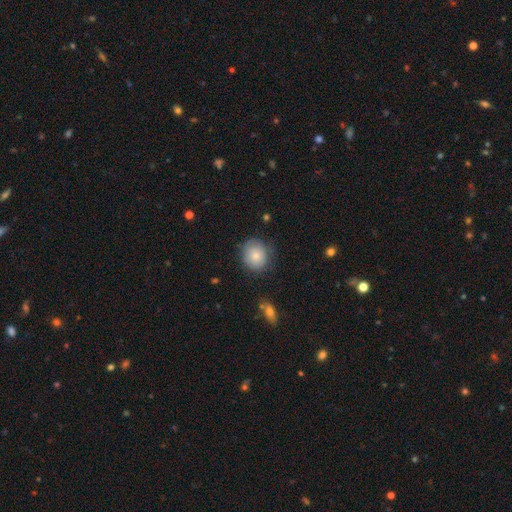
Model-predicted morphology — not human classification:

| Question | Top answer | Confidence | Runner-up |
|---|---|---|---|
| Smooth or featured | smooth | 79% | featured or disk (13%) |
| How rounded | round | 73% | in between (26%) |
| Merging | none | 74% | minor disturbance (20%) |